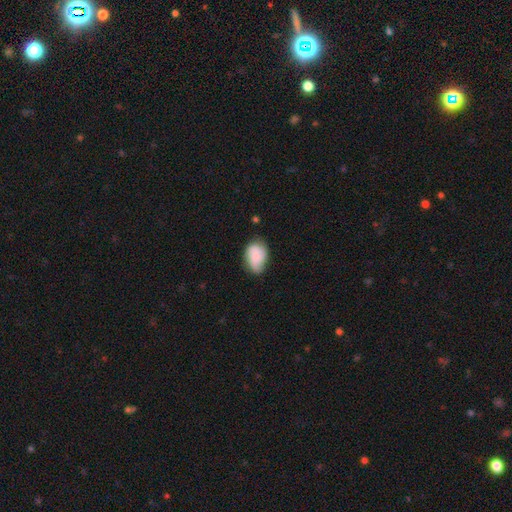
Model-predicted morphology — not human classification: Smooth or featured?
  - smooth: 70% *
  - featured or disk: 23%
  - star or artifact: 8%
How rounded?
  - in between: 82% *
  - round: 16%
  - cigar-shaped: 1%
Merging?
  - none: 51% *
  - minor disturbance: 36%
  - major disturbance: 10%
  - merger: 2%